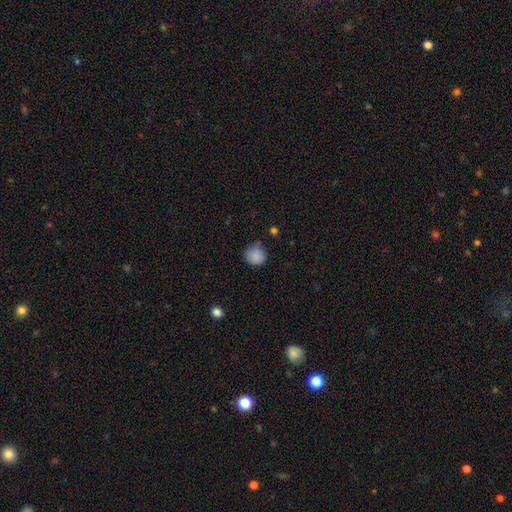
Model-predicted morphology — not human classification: A smooth galaxy with no disk features (86%) that is round (92%). Merging: none (69%).